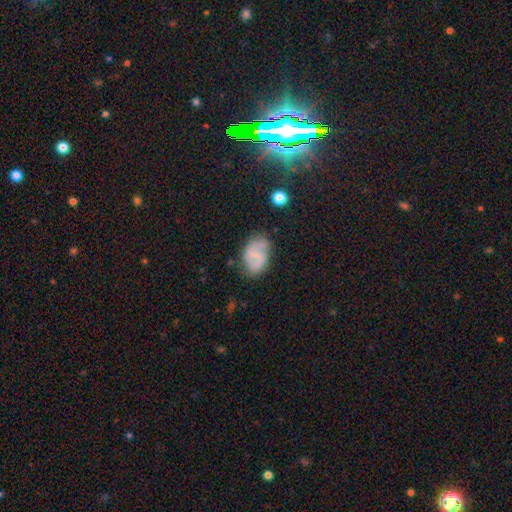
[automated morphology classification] smooth_or_featured: featured or disk (p=0.53) [alt: smooth p=0.38]
disk_edge_on: no (p=0.97) [alt: yes p=0.03]
bar: weak (p=0.44) [alt: no p=0.34]
has_spiral_arms: yes (p=0.77) [alt: no p=0.23]
bulge_size: none (p=0.57) [alt: small p=0.28]
merging: none (p=0.65) [alt: minor disturbance p=0.23]